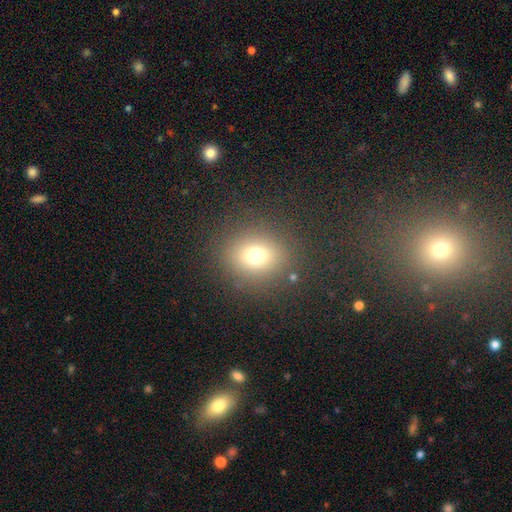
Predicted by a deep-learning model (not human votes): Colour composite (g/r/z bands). It shows a smooth galaxy with no disk features (71%) that is round (76%). Merging: none (85%).